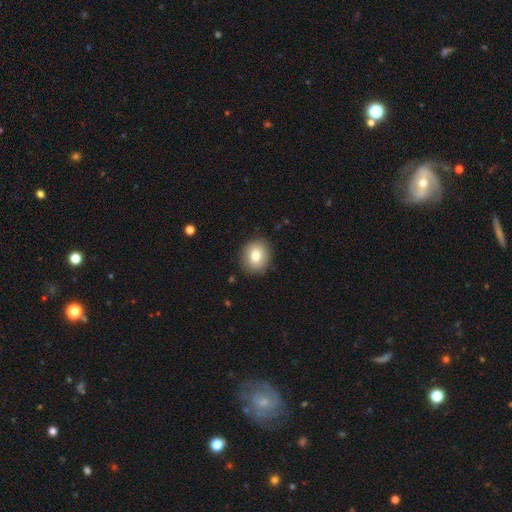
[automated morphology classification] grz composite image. It shows a smooth galaxy with no disk features (79%) that is round (63%). Merging: none (86%).